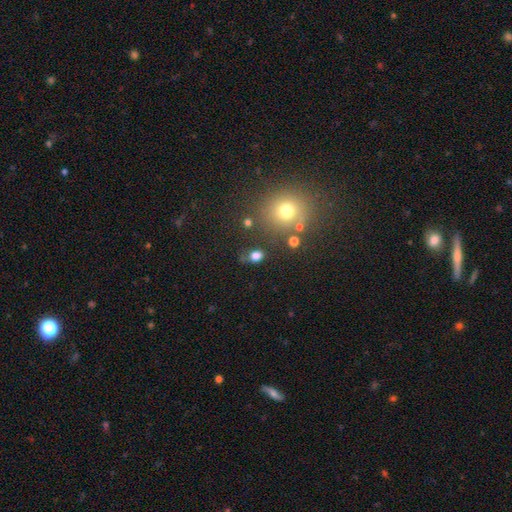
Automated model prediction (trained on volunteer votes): Morphology: type=smooth (77%); roundness=in between (52%); merging=none (69%).